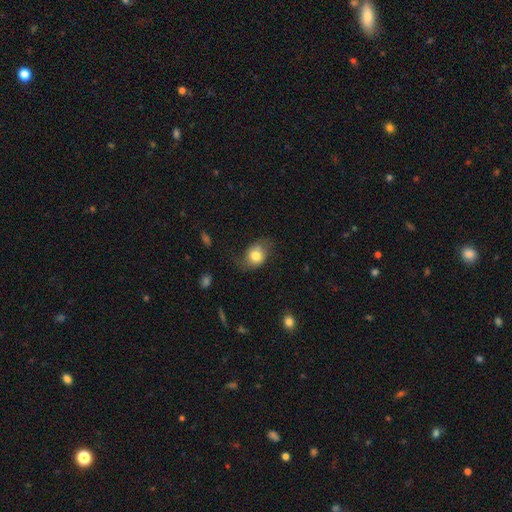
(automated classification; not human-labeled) Smooth or featured?
  - smooth: 74% *
  - featured or disk: 17%
  - star or artifact: 8%
How rounded?
  - in between: 60% *
  - round: 39%
  - cigar-shaped: 1%
Merging?
  - none: 53% *
  - minor disturbance: 30%
  - major disturbance: 15%
  - merger: 2%